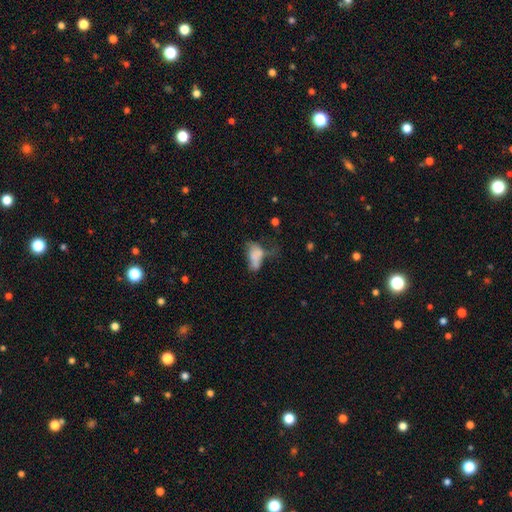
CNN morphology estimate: Smooth or featured?
  - smooth: 61% *
  - featured or disk: 26%
  - star or artifact: 12%
How rounded?
  - in between: 86% *
  - round: 7%
  - cigar-shaped: 6%
Merging?
  - major disturbance: 35% *
  - merger: 28%
  - none: 18%
  - minor disturbance: 18%